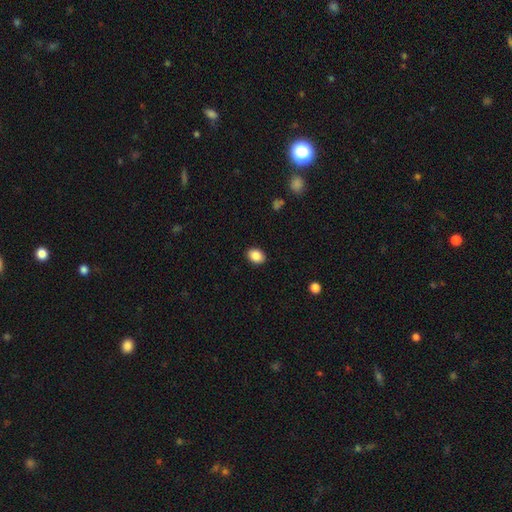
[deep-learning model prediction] A smooth galaxy with no disk features (88%) that is in between round and cigar-shaped (70%).

Vote fractions:
- Smooth or featured? smooth: 88% / star or artifact: 8% / featured or disk: 4%
- How rounded? in between: 70% / round: 29% / cigar-shaped: 1%
- Merging? none: 90% / minor disturbance: 7% / major disturbance: 2% / merger: 1%